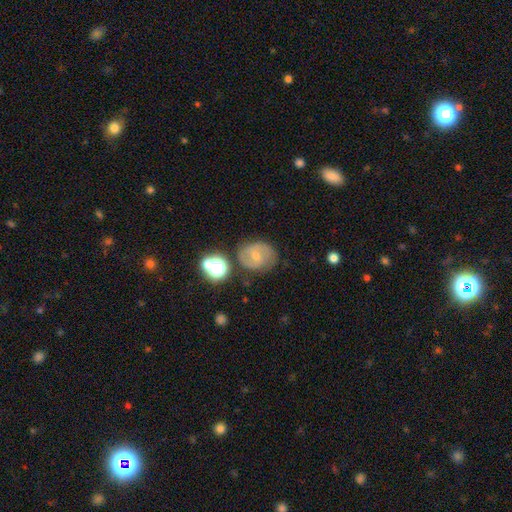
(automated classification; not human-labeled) smooth-or-featured: featured or disk: 48% | smooth: 40% | star or artifact: 11%
  merging: none: 67% | minor disturbance: 20% | major disturbance: 8% | merger: 5%